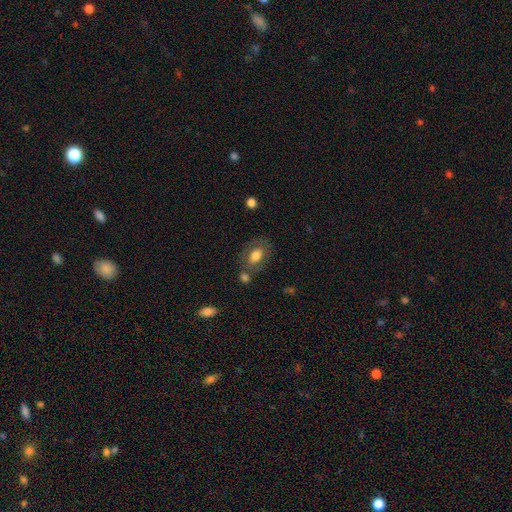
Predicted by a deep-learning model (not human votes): Q: Smooth or featured?
A: smooth (68%); runner-up: featured or disk (24%)
Q: How rounded?
A: in between (84%); runner-up: round (14%)
Q: Merging?
A: none (65%); runner-up: minor disturbance (16%)